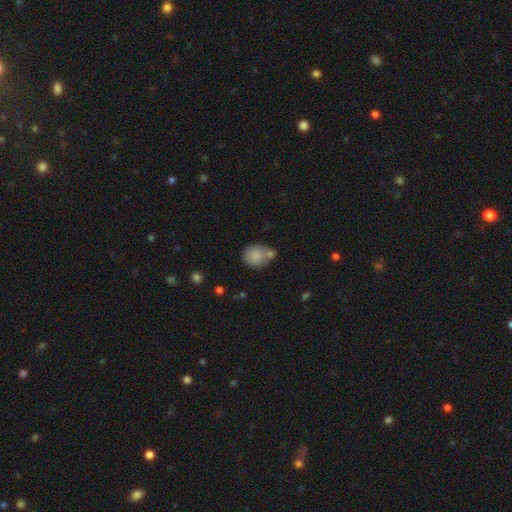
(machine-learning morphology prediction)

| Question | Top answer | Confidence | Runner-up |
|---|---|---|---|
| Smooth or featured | smooth | 83% | featured or disk (9%) |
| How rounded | round | 77% | in between (22%) |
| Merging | none | 48% | merger (30%) |